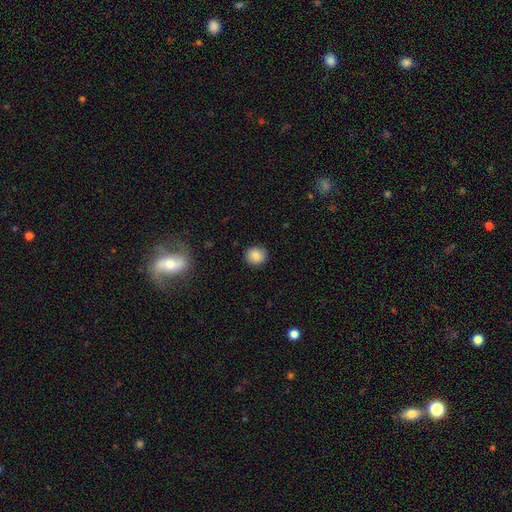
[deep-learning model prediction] This appears to be a smooth galaxy with no disk features (84%) that is round (87%). Merging: none (89%).